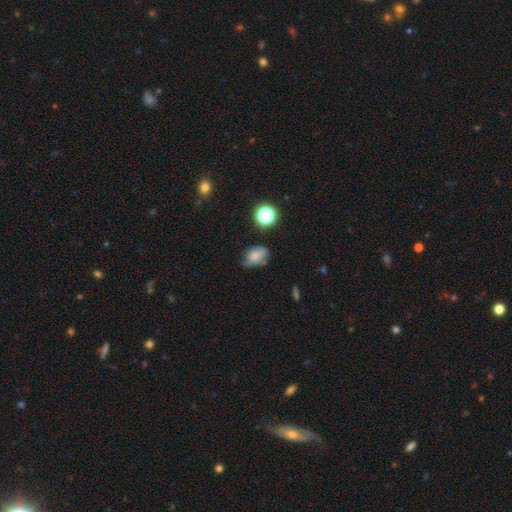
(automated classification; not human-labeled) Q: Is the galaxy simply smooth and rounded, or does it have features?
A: smooth — 67%.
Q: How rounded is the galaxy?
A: in between — 74%.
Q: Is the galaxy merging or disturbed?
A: none — 46%.